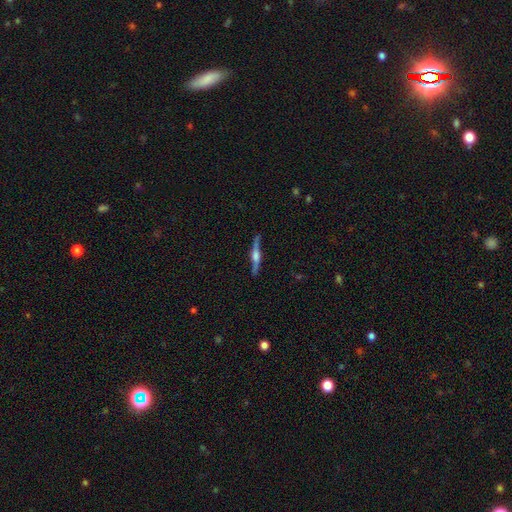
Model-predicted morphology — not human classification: Overall: featured or disk (75%). Edge-on disk: yes (93%). Edge-on bulge: rounded (72%). Merging: none (81%).